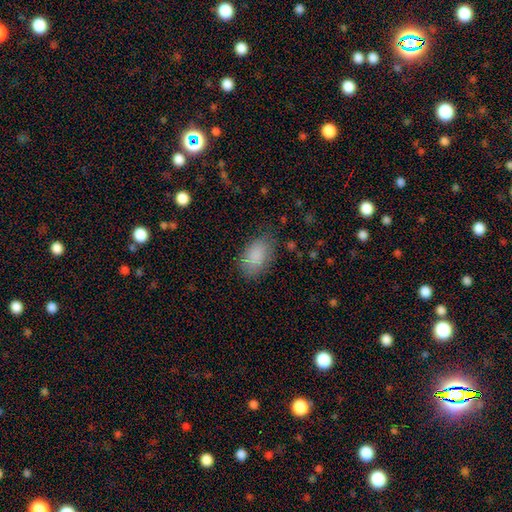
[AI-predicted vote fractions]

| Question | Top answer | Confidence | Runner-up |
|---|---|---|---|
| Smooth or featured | smooth | 88% | star or artifact (7%) |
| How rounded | in between | 89% | round (9%) |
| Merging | none | 77% | minor disturbance (17%) |